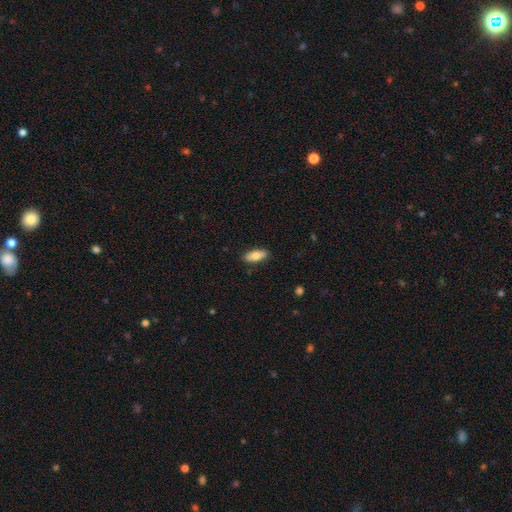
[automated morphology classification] smooth_or_featured: smooth (p=0.78) [alt: featured or disk p=0.16]
how_rounded: in between (p=0.82) [alt: cigar-shaped p=0.16]
merging: none (p=0.88) [alt: minor disturbance p=0.09]